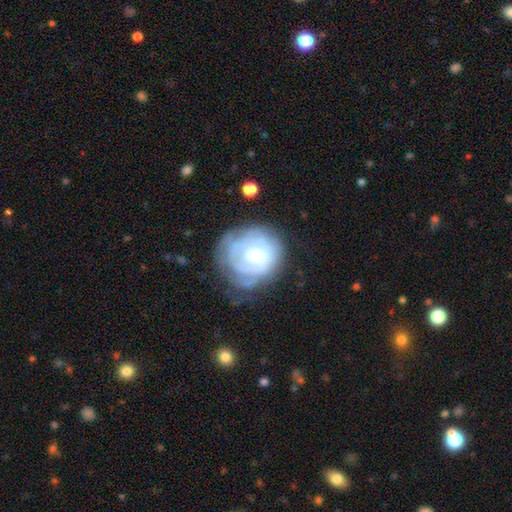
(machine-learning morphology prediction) The model was most divided on "bulge size": moderate: 43%, small: 41%, large: 10%, none: 4%, dominant: 2%. More confident: edge-on disk — no (98%); bar — no (82%); spiral arms — yes (67%); smooth or featured — featured or disk (61%); merging — none (52%).